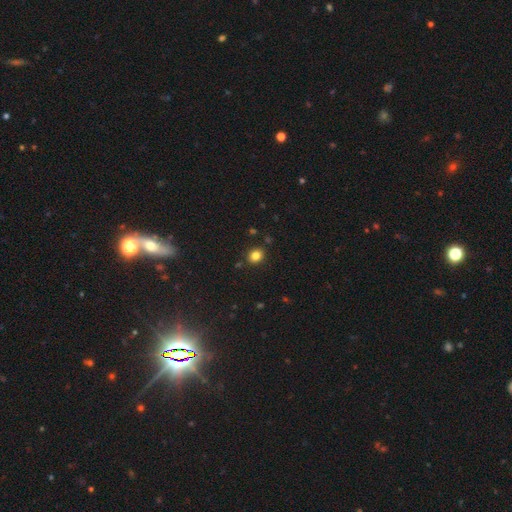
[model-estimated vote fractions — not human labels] Morphology: type=smooth (83%); roundness=round (66%); merging=none (87%).